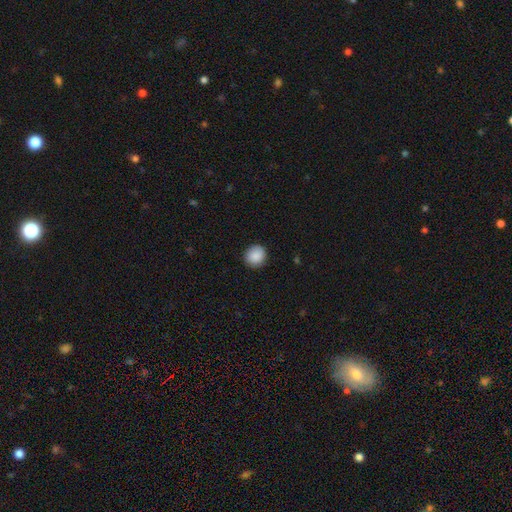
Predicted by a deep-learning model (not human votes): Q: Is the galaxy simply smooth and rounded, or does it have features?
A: smooth — 89%.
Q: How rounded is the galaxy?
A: round — 88%.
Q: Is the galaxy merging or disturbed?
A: none — 89%.